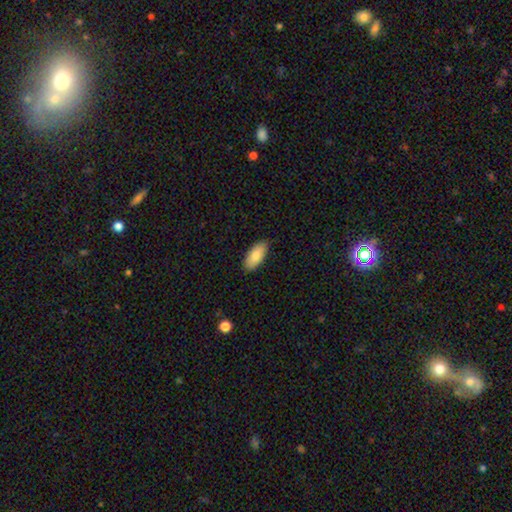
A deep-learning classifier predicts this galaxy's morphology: This appears to be a smooth galaxy with no disk features (83%) that is in between round and cigar-shaped (90%). Merging: none (85%).